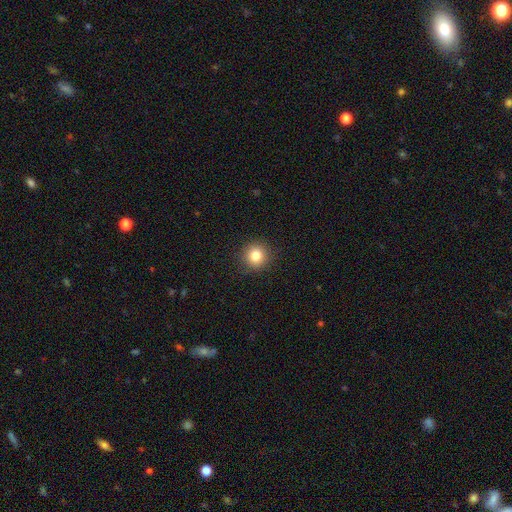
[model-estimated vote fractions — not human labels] Morphology: type=smooth (81%); roundness=round (94%); merging=none (91%).